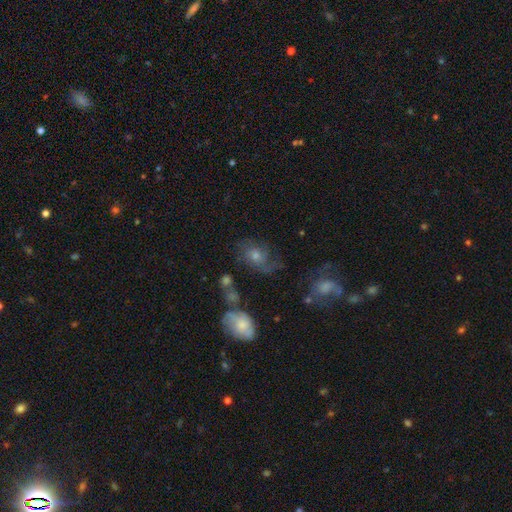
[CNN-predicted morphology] Smooth or featured? featured or disk (53%)
Edge-on disk? no (95%)
Bar? no (76%)
Spiral arms? yes (81%)
Bulge size? moderate (54%)
Merging? none (54%)